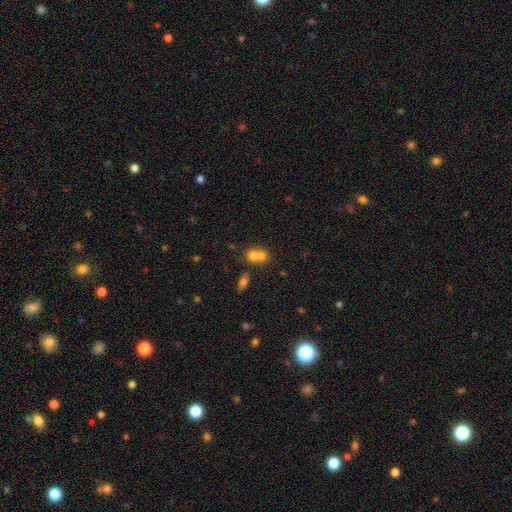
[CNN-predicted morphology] smooth_or_featured: smooth (p=0.72) [alt: featured or disk p=0.17]
how_rounded: round (p=0.68) [alt: in between p=0.31]
merging: merger (p=0.66) [alt: none p=0.26]